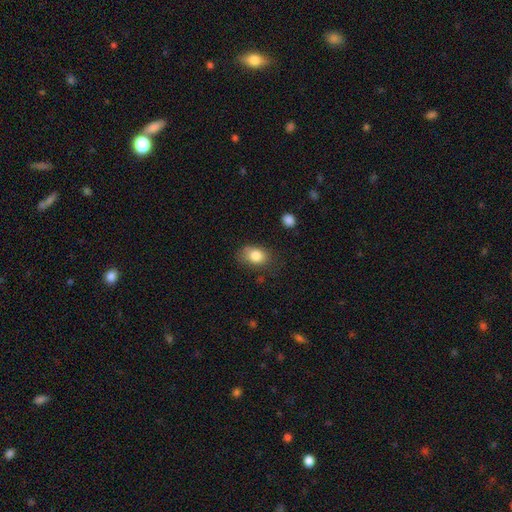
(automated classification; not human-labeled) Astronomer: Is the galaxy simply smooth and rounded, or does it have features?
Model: smooth — 83%.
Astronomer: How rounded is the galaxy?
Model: in between — 74%.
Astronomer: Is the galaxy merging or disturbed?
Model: none — 63%.